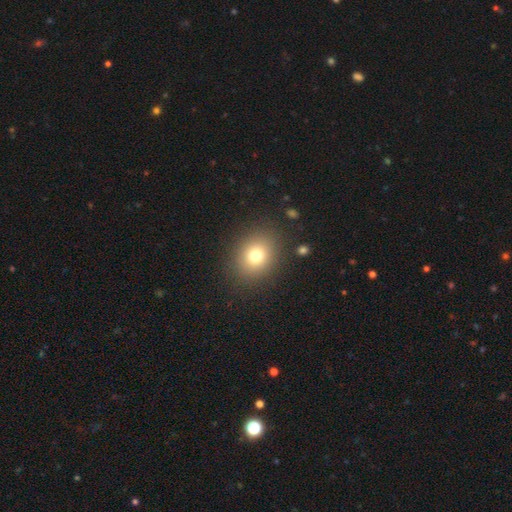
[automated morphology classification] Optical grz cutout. It shows a smooth galaxy with no disk features (76%) that is round (61%). Merging: none (86%).